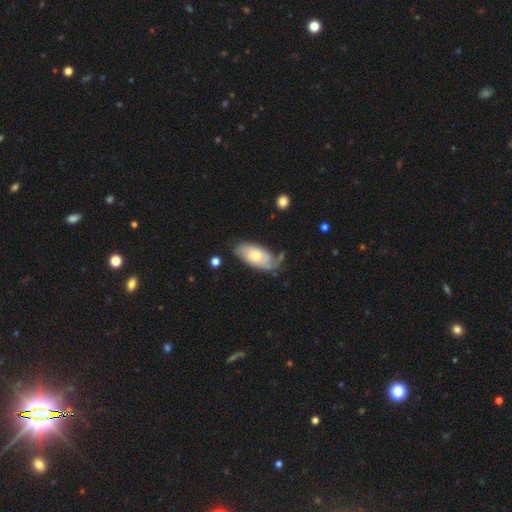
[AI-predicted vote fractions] Smooth or featured: featured or disk — 52% (smooth — 43%)
Edge-on disk: no — 90% (yes — 10%)
Merging: none — 51% (minor disturbance — 29%)